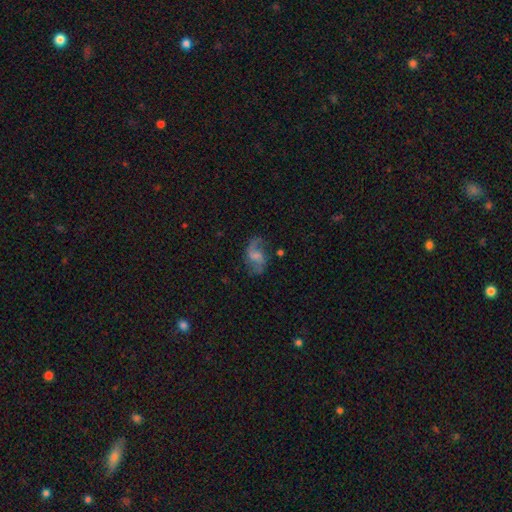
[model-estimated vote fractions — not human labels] Q: Smooth or featured?
A: featured or disk (74%); runner-up: smooth (18%)
Q: Edge-on disk?
A: no (97%); runner-up: yes (3%)
Q: Bar?
A: weak (50%); runner-up: no (38%)
Q: Spiral arms?
A: yes (90%); runner-up: no (10%)
Q: Spiral winding?
A: loose (69%); runner-up: medium (26%)
Q: Spiral arm count?
A: 2 (84%); runner-up: 1 (9%)
Q: Bulge size?
A: none (41%); runner-up: small (30%)
Q: Merging?
A: none (60%); runner-up: minor disturbance (21%)